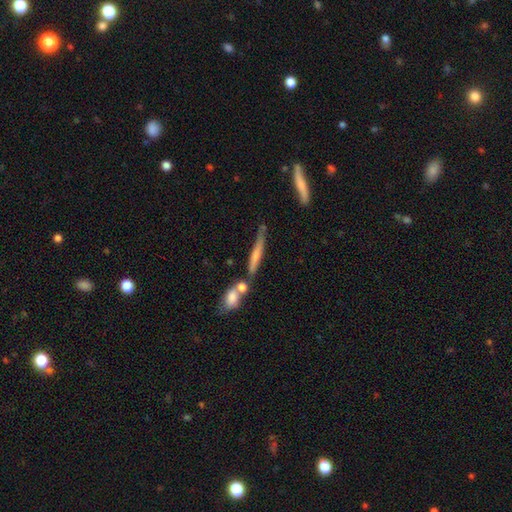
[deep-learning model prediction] Q: Smooth or featured?
A: smooth (51%); runner-up: featured or disk (42%)
Q: How rounded?
A: cigar-shaped (91%); runner-up: in between (7%)
Q: Merging?
A: none (56%); runner-up: merger (21%)